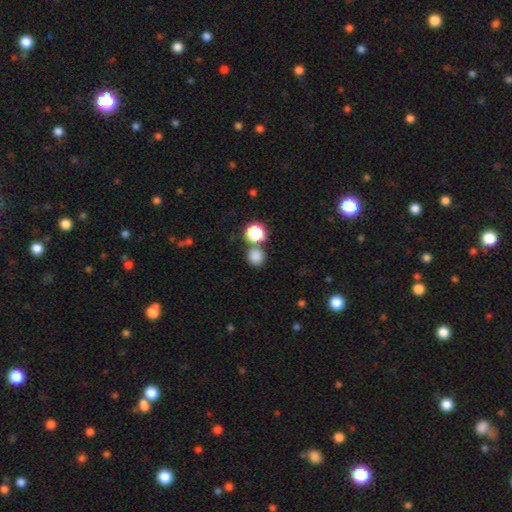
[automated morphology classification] Smooth or featured: smooth — 80% (star or artifact — 15%)
How rounded: round — 88% (in between — 11%)
Merging: none — 67% (merger — 21%)